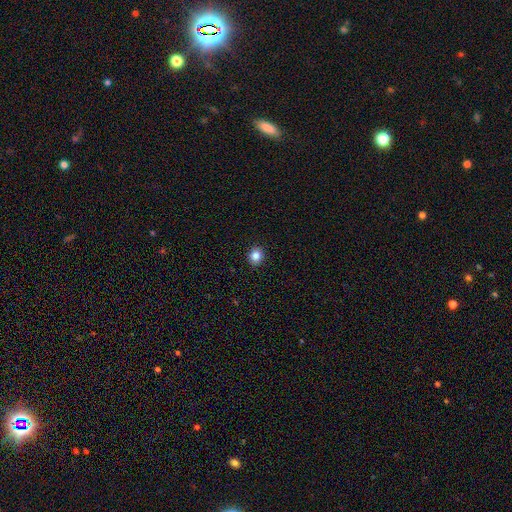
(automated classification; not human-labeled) A smooth galaxy with no disk features (85%) that is round (74%). Merging: none (91%).